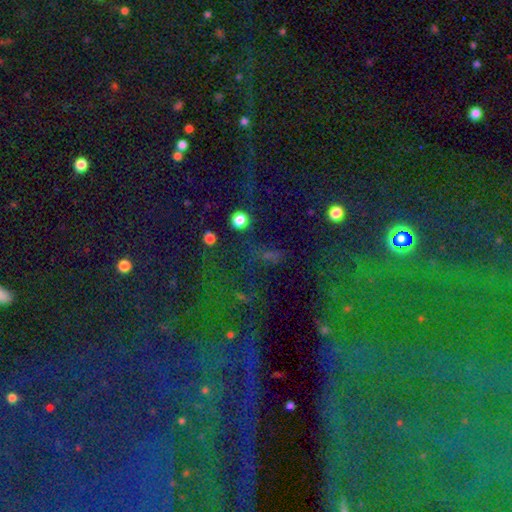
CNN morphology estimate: Smooth or featured? star or artifact (69%)